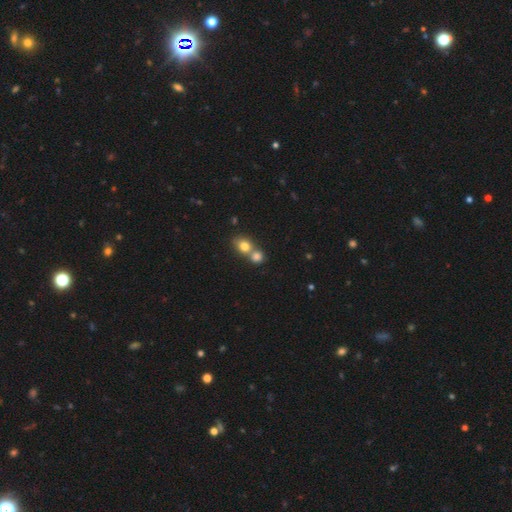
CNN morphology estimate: smooth 76%, star or artifact 13%, featured or disk 11%. Down the decision tree: how rounded — round (69%); merging — merger (58%).